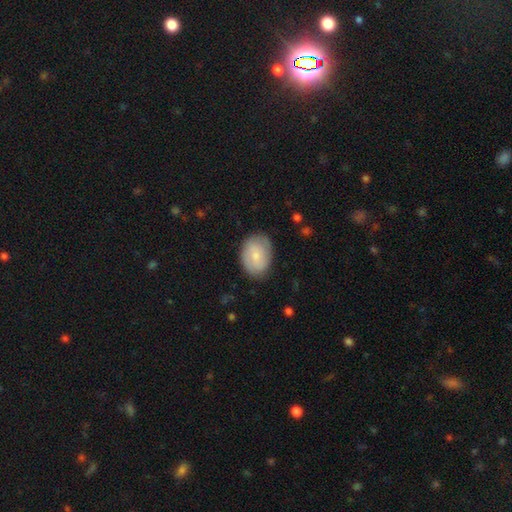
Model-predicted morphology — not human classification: Smooth or featured: smooth — 68% (featured or disk — 26%)
How rounded: in between — 77% (round — 22%)
Merging: none — 78% (minor disturbance — 17%)